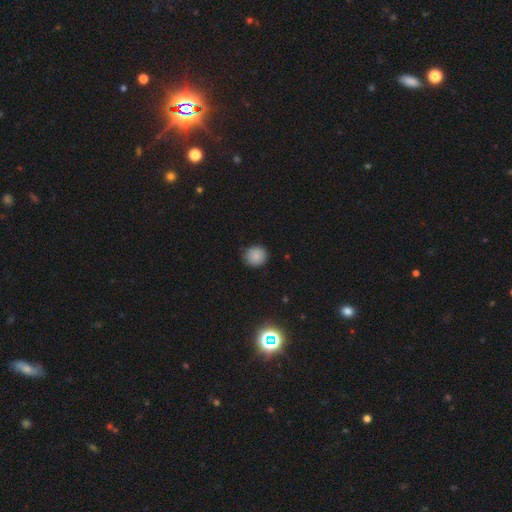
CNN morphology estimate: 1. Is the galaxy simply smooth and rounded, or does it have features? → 85% smooth, 10% star or artifact, 5% featured or disk.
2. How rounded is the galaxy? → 90% round, 9% in between, 1% cigar-shaped.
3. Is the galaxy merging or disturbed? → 87% none, 10% minor disturbance, 2% major disturbance, 1% merger.